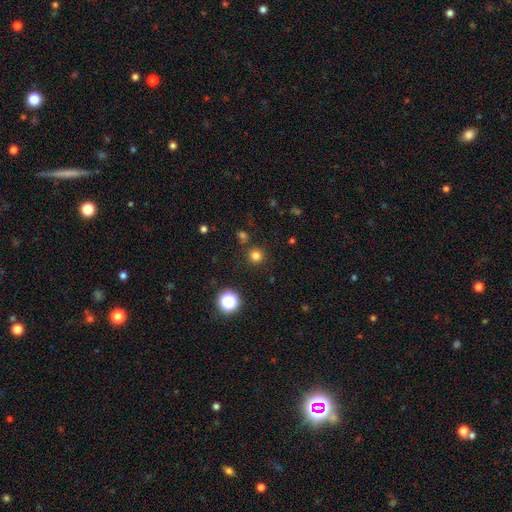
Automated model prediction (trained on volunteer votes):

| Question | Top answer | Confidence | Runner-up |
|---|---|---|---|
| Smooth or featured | smooth | 78% | star or artifact (18%) |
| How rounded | round | 95% | in between (4%) |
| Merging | none | 86% | minor disturbance (6%) |